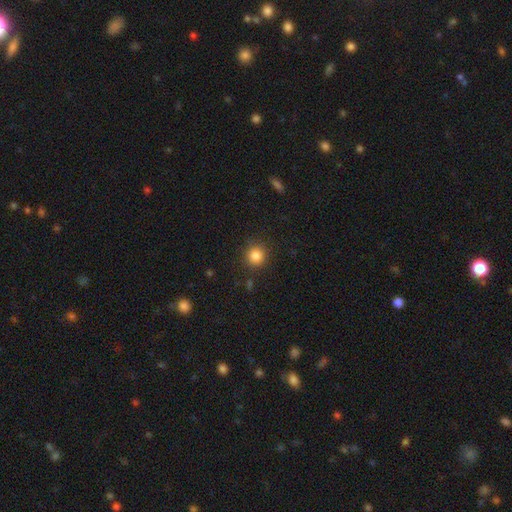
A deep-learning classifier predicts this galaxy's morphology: This appears to be a smooth galaxy with no disk features (85%) that is round (92%). Merging: none (88%).